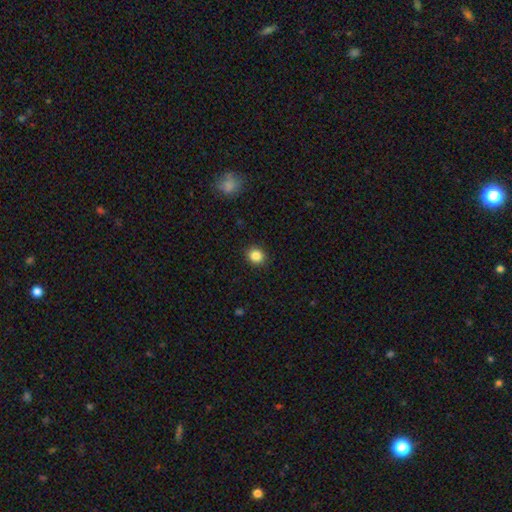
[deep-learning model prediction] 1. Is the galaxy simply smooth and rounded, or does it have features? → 85% smooth, 10% star or artifact, 4% featured or disk.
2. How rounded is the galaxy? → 80% round, 19% in between, 1% cigar-shaped.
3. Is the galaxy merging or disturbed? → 92% none, 6% minor disturbance, 2% major disturbance, 1% merger.